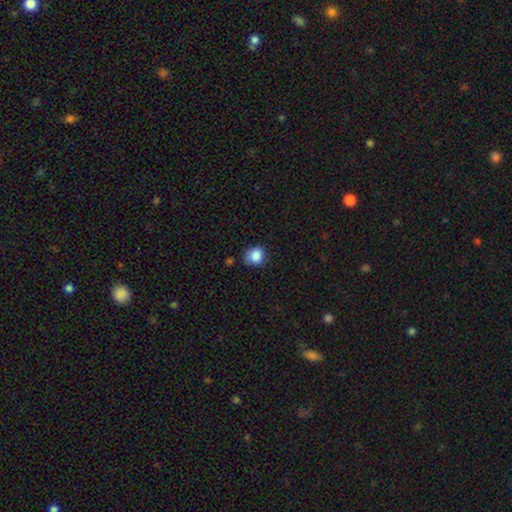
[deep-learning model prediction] Smooth or featured: smooth — 86% (star or artifact — 9%)
How rounded: round — 75% (in between — 25%)
Merging: none — 61% (minor disturbance — 30%)